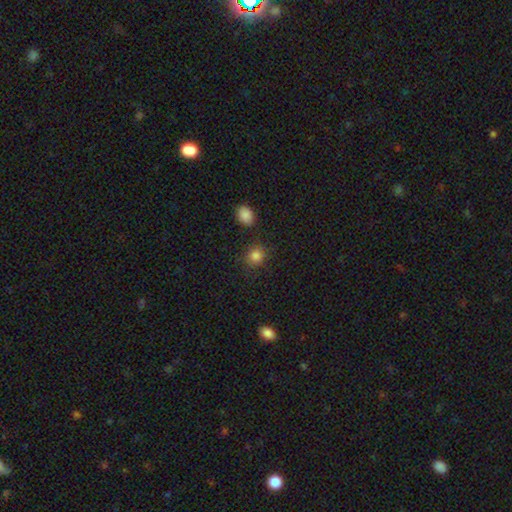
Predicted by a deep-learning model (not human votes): This appears to be a smooth galaxy with no disk features (84%) that is round (82%). Merging: none (82%).